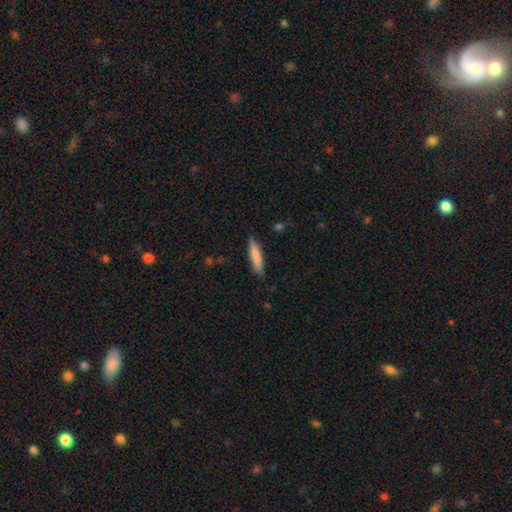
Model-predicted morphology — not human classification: This appears to be a smooth galaxy with no disk features (80%) that is cigar-shaped (84%). Merging: none (85%).